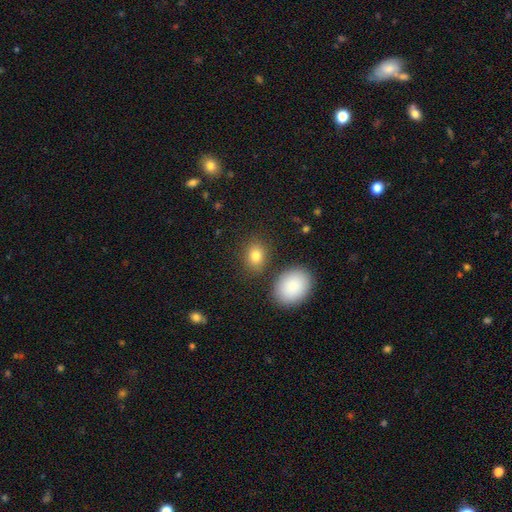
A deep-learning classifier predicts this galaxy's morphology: smooth_or_featured: smooth (p=0.82) [alt: star or artifact p=0.10]
how_rounded: in between (p=0.59) [alt: round p=0.40]
merging: none (p=0.78) [alt: minor disturbance p=0.10]